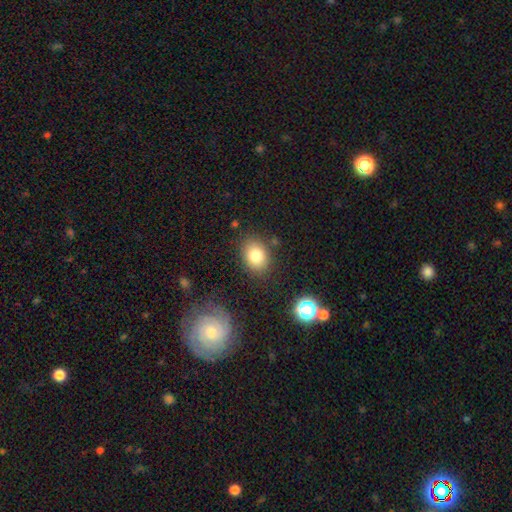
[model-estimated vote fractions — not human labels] This is clearly a smooth galaxy (82%). How rounded: likely in between (64%). Merging: clearly none (82%).